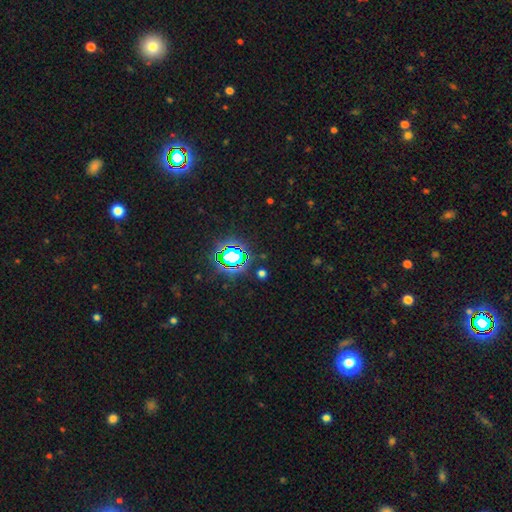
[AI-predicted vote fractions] smooth_or_featured: star or artifact (p=0.79) [alt: smooth p=0.13]